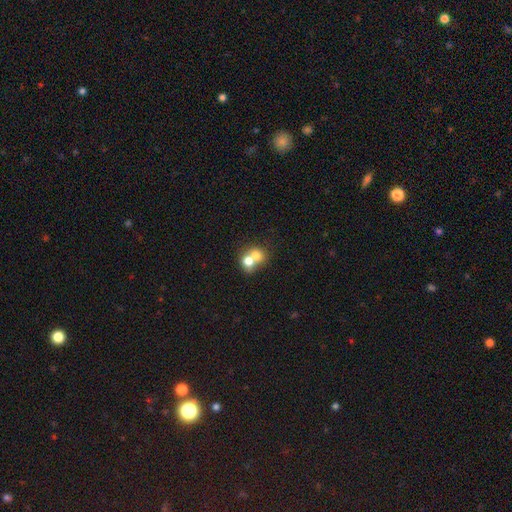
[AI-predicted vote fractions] Smooth or featured? Predicted: smooth (p=0.70). How rounded? Predicted: round (p=0.65). Merging? Predicted: merger (p=0.67).